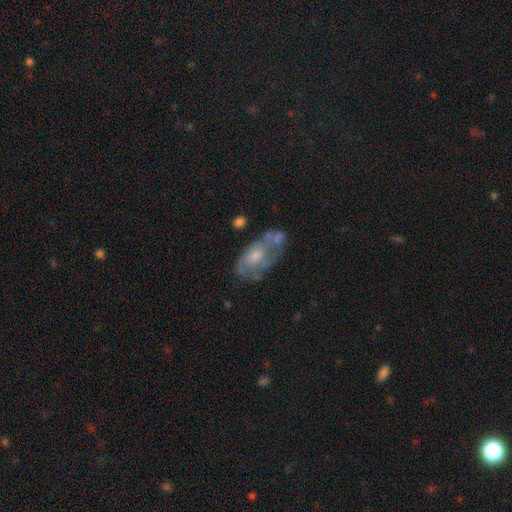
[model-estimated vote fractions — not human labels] Smooth or featured? featured or disk (59%)
Edge-on disk? no (92%)
Bar? no (77%)
Spiral arms? yes (52%)
Bulge size? moderate (50%)
Merging? none (41%)